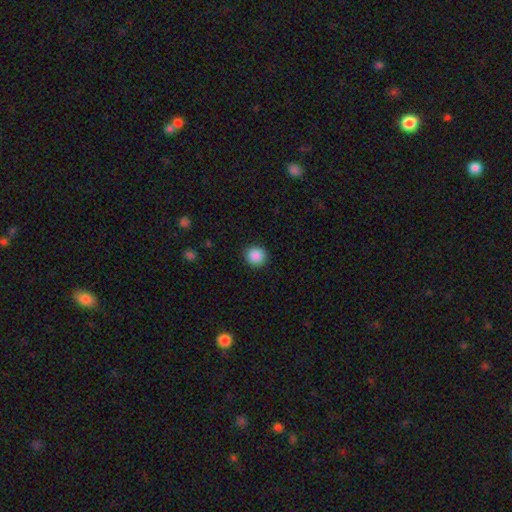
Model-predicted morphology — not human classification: Smooth or featured? Predicted: smooth (p=0.88). How rounded? Predicted: round (p=0.93). Merging? Predicted: none (p=0.91).